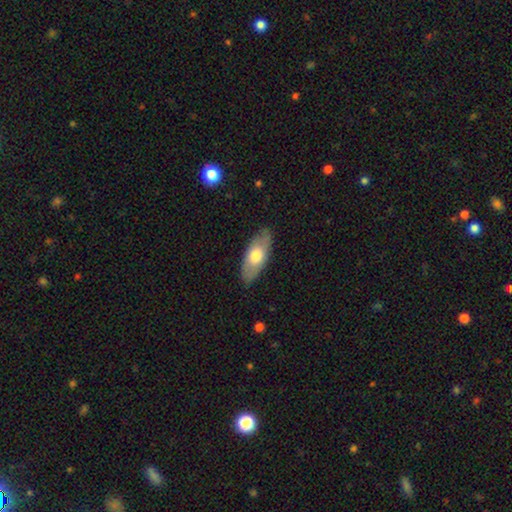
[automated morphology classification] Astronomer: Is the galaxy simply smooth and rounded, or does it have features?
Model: smooth — 63%.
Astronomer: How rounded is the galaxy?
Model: in between — 84%.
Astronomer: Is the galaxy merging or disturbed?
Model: none — 83%.